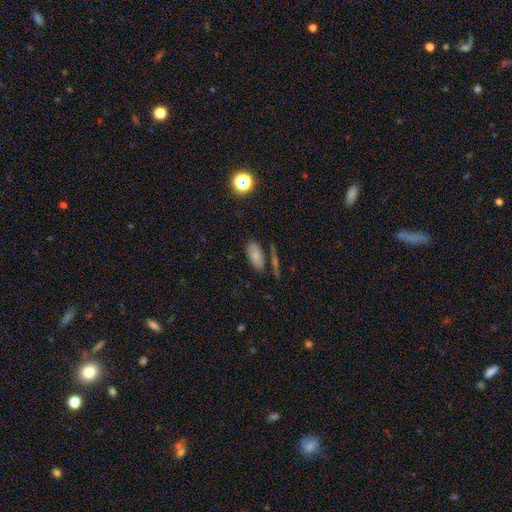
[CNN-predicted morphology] A smooth galaxy with no disk features (76%) that is in between round and cigar-shaped (89%). Merging: none (69%).